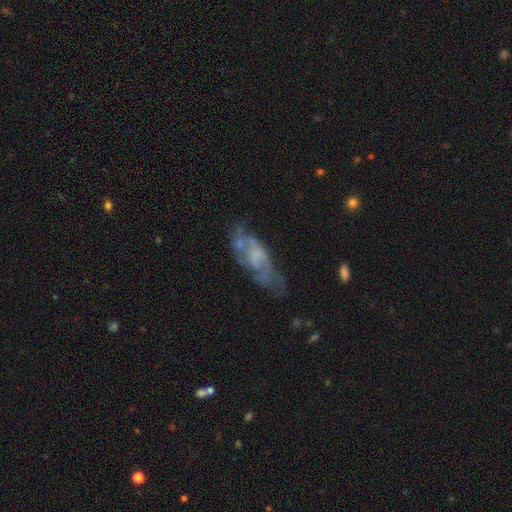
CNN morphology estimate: This is possibly a featured or disk galaxy (59%). It is clearly not viewed edge-on (83%). Merging: possibly none (48%).